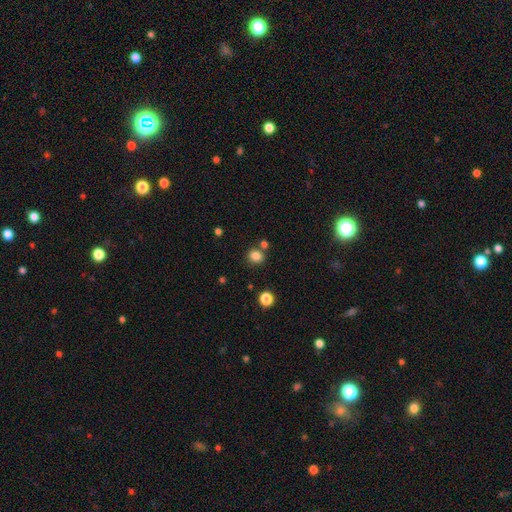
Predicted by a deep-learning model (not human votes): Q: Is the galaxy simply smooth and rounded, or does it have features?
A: smooth — 82%.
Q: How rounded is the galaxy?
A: round — 77%.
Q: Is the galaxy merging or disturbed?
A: none — 75%.